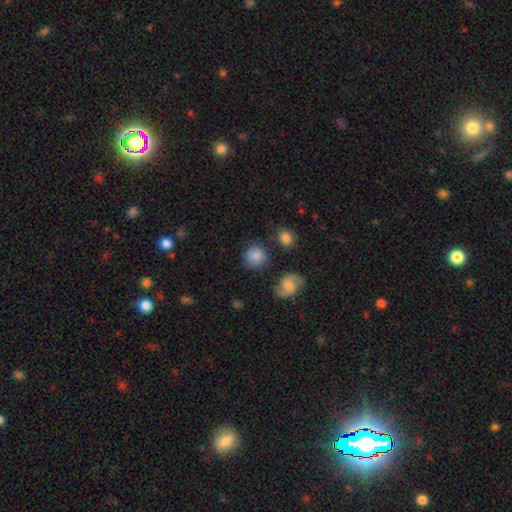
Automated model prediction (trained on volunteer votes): Smooth or featured?
  - smooth: 82% *
  - star or artifact: 9%
  - featured or disk: 9%
How rounded?
  - round: 87% *
  - in between: 12%
  - cigar-shaped: 1%
Merging?
  - none: 76% *
  - minor disturbance: 14%
  - merger: 5%
  - major disturbance: 4%